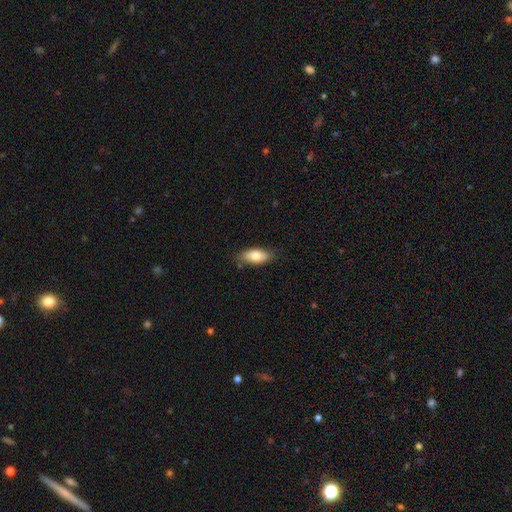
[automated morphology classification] A smooth galaxy with no disk features (79%) that is in between round and cigar-shaped (86%). Merging: none (80%).